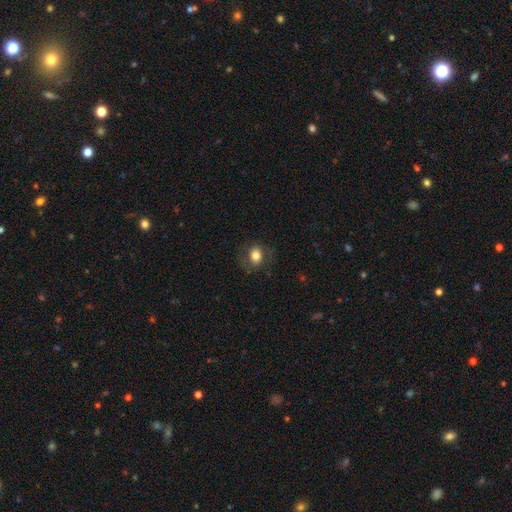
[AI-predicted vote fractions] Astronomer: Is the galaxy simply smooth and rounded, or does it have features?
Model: smooth — 74%.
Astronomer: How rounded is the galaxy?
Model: in between — 54% (runner-up: round, 44%).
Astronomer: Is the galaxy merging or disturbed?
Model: none — 75%.